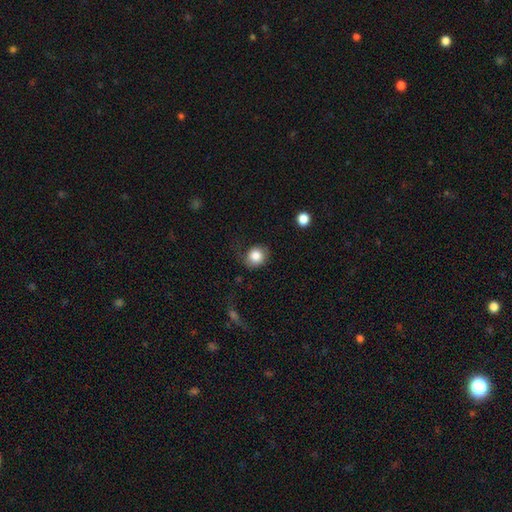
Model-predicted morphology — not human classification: Smooth or featured? Predicted: smooth (p=0.82). How rounded? Predicted: round (p=0.77). Merging? Predicted: none (p=0.66).